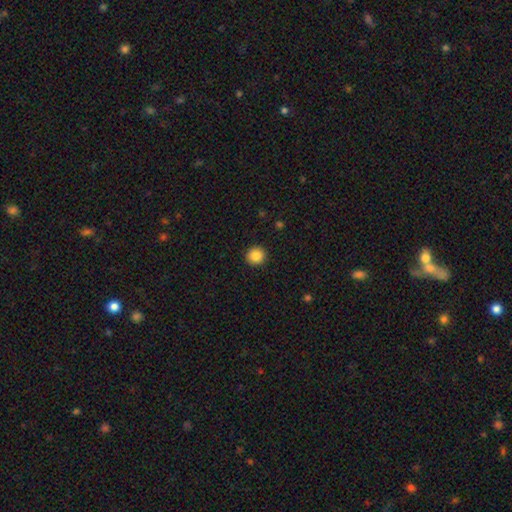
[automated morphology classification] smooth_or_featured: smooth (p=0.85) [alt: star or artifact p=0.10]
how_rounded: round (p=0.94) [alt: in between p=0.05]
merging: none (p=0.93) [alt: minor disturbance p=0.04]